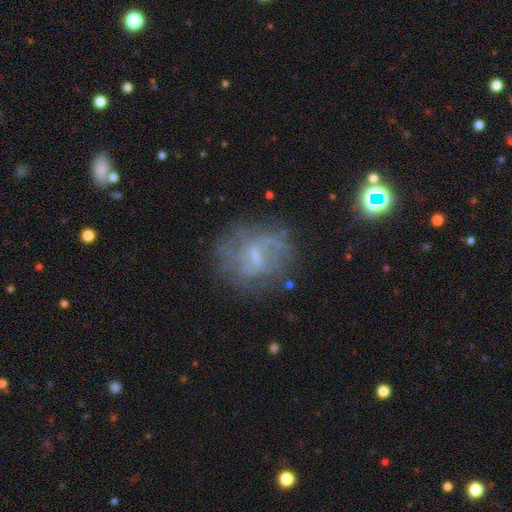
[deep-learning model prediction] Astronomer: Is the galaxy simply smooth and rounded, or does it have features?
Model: featured or disk — 66%.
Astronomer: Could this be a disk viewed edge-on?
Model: no — 97%.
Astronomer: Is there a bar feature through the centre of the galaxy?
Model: weak — 57%.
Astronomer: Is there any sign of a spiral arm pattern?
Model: yes — 73%.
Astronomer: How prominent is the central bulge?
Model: small — 48% (runner-up: none, 25%).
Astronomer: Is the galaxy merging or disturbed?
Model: none — 66%.